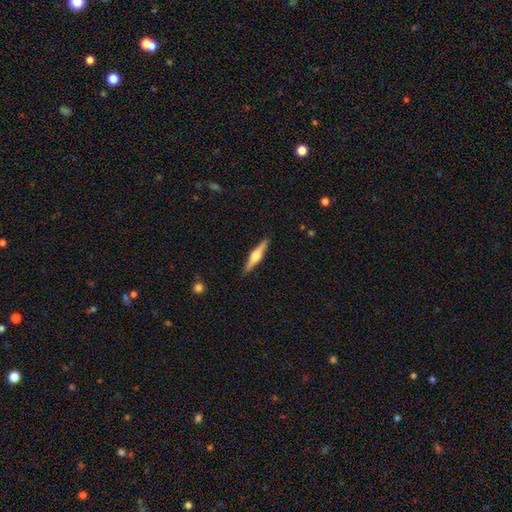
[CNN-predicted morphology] smooth_or_featured: featured or disk (p=0.69) [alt: smooth p=0.26]
disk_edge_on: yes (p=0.98) [alt: no p=0.02]
edge_on_bulge: rounded (p=0.92) [alt: boxy p=0.06]
merging: none (p=0.91) [alt: minor disturbance p=0.07]